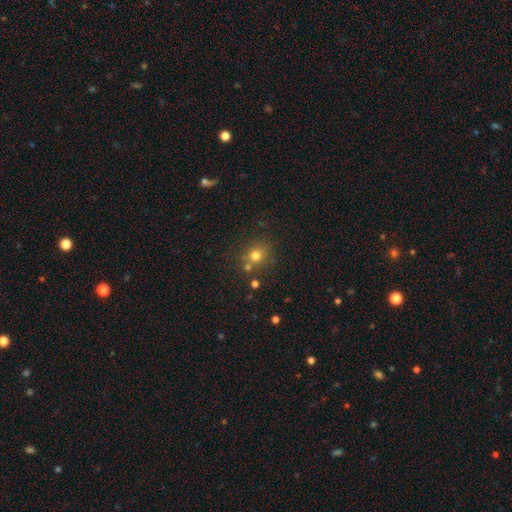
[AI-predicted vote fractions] Morphology: type=smooth (74%); roundness=round (83%); merging=none (69%).